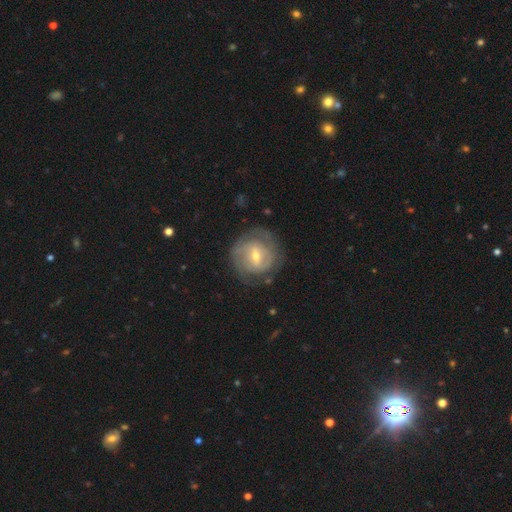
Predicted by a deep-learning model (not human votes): Smooth or featured? featured or disk (79%)
Edge-on disk? no (97%)
Bar? weak (54%)
Spiral arms? yes (89%)
Spiral winding? tight (61%)
Spiral arm count? 2 (51%)
Bulge size? moderate (50%)
Merging? none (74%)